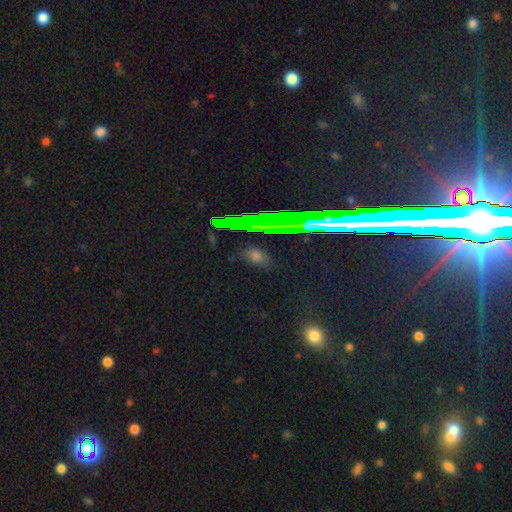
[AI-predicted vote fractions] Smooth or featured? Predicted: star or artifact (p=0.49).